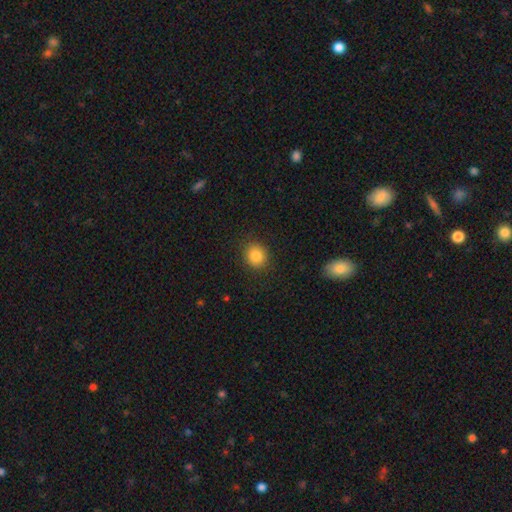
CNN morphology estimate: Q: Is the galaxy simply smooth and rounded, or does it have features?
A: smooth — 85%.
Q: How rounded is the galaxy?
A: round — 79%.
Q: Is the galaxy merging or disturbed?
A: none — 89%.